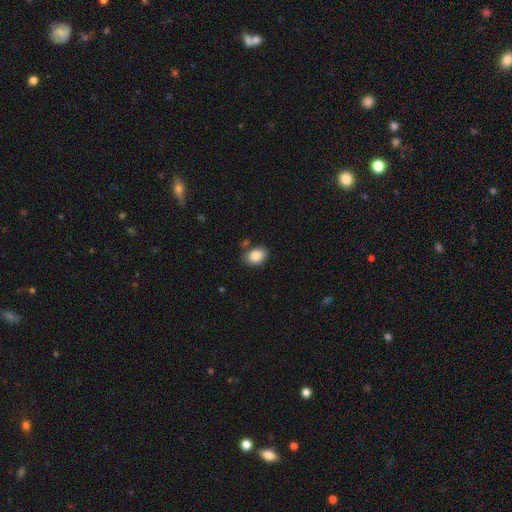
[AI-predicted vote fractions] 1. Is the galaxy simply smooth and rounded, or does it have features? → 87% smooth, 8% star or artifact, 5% featured or disk.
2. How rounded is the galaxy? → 77% in between, 22% round, 1% cigar-shaped.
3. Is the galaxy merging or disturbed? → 75% none, 16% minor disturbance, 6% merger, 4% major disturbance.